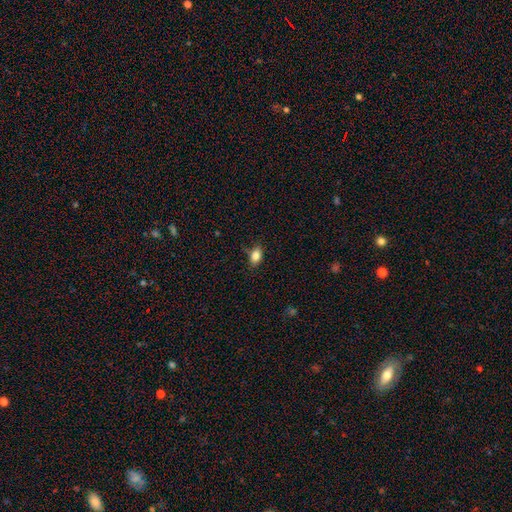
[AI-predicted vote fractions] This appears to be a smooth galaxy with no disk features (84%) that is in between round and cigar-shaped (84%). Merging: none (76%).